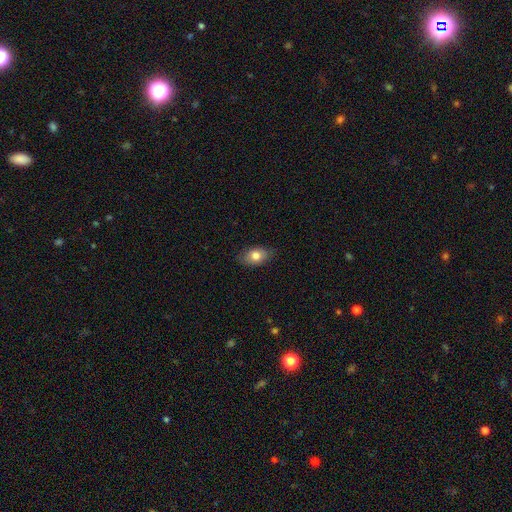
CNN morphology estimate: Overall: smooth (78%). How rounded: in between (86%). Merging: none (83%).